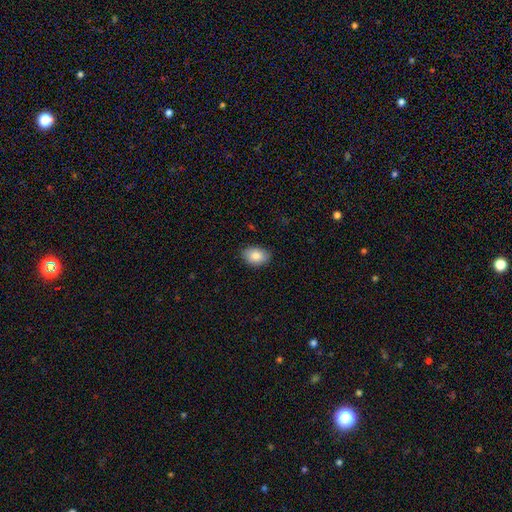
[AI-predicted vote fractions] This appears to be a smooth galaxy with no disk features (86%) that is in between round and cigar-shaped (83%). Merging: none (86%).